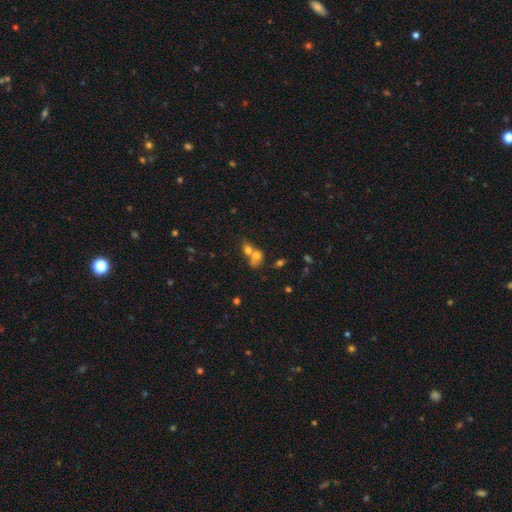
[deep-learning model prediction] A smooth galaxy with no disk features (69%) that is in between round and cigar-shaped (54%).

Vote fractions:
- Smooth or featured? smooth: 69% / featured or disk: 19% / star or artifact: 12%
- How rounded? in between: 54% / round: 44% / cigar-shaped: 2%
- Merging? merger: 68% / none: 22% / minor disturbance: 6% / major disturbance: 4%